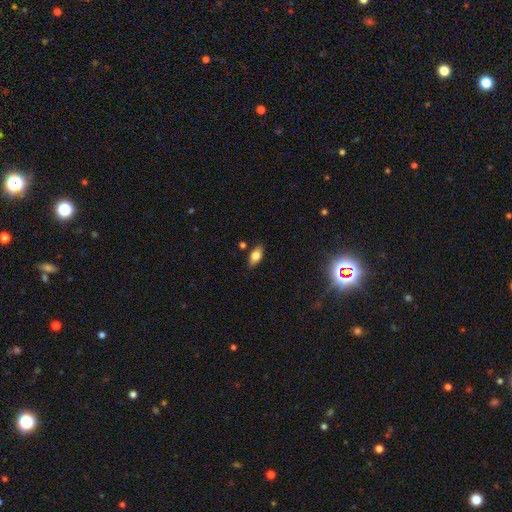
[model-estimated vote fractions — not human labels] Q: Smooth or featured?
A: smooth (76%); runner-up: featured or disk (15%)
Q: How rounded?
A: in between (88%); runner-up: cigar-shaped (8%)
Q: Merging?
A: none (83%); runner-up: minor disturbance (12%)